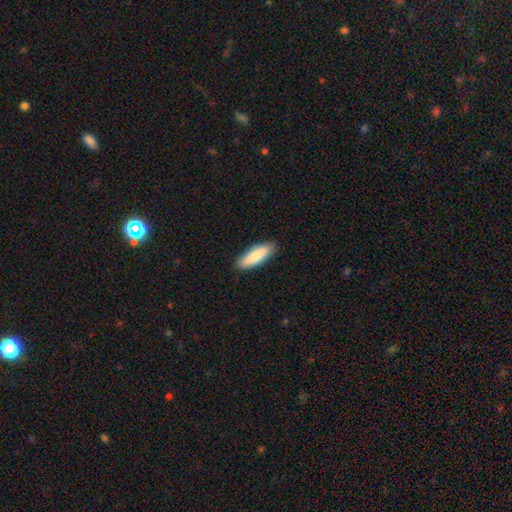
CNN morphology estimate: Smooth or featured: smooth — 81% (featured or disk — 13%)
How rounded: in between — 51% (cigar-shaped — 47%)
Merging: none — 89% (minor disturbance — 9%)